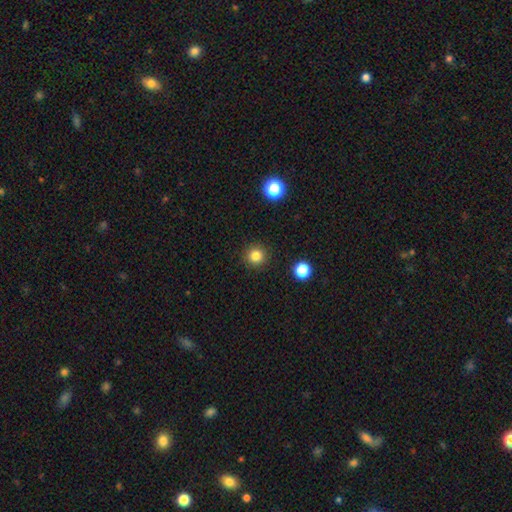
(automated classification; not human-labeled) A smooth galaxy with no disk features (83%) that is round (95%).

Vote fractions:
- Smooth or featured? smooth: 83% / star or artifact: 13% / featured or disk: 5%
- How rounded? round: 95% / in between: 4% / cigar-shaped: 1%
- Merging? none: 91% / minor disturbance: 5% / major disturbance: 2% / merger: 1%